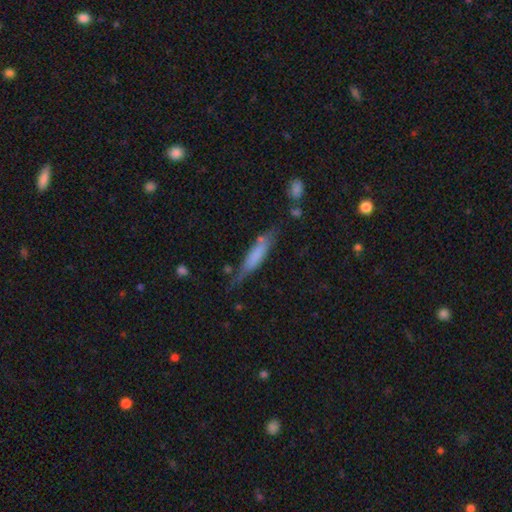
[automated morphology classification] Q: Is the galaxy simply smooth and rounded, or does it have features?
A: smooth — 66%.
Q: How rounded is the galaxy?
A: cigar-shaped — 81%.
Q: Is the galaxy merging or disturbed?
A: none — 60%.